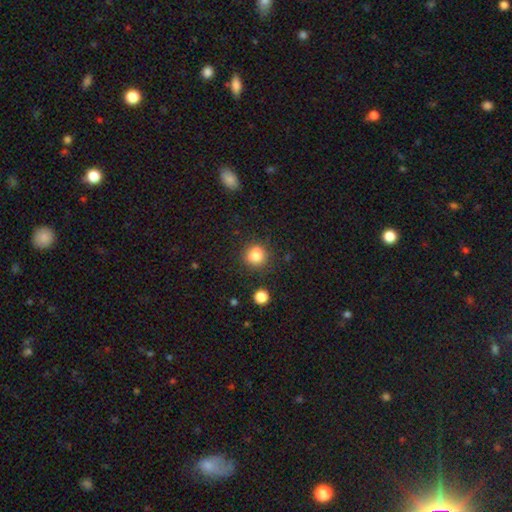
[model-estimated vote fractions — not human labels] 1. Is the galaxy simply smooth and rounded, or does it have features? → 81% smooth, 12% star or artifact, 7% featured or disk.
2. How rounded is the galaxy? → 83% round, 16% in between, 1% cigar-shaped.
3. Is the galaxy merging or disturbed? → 72% none, 14% minor disturbance, 9% merger, 4% major disturbance.